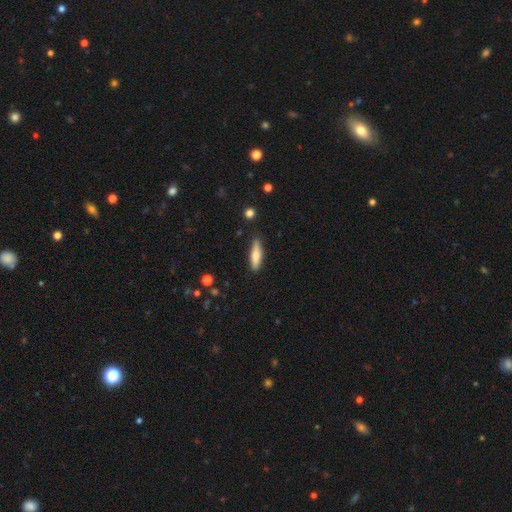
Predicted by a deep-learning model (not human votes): Overall: smooth (77%). How rounded: cigar-shaped (66%; in between 32%). Merging: none (80%).